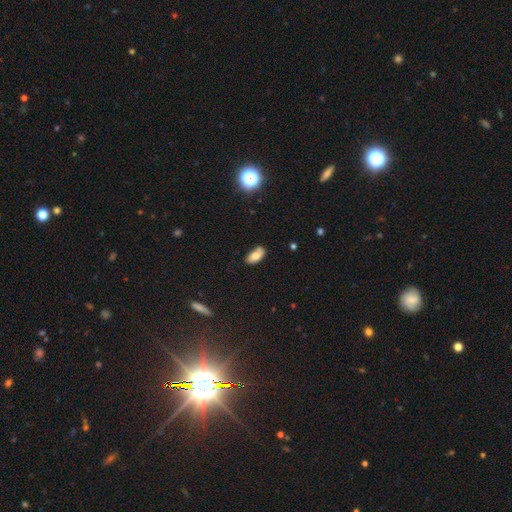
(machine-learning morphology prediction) smooth-or-featured: smooth: 76% | featured or disk: 14% | star or artifact: 10%
  how-rounded: in between: 92% | cigar-shaped: 5% | round: 3%
  merging: none: 63% | minor disturbance: 26% | major disturbance: 6% | merger: 5%